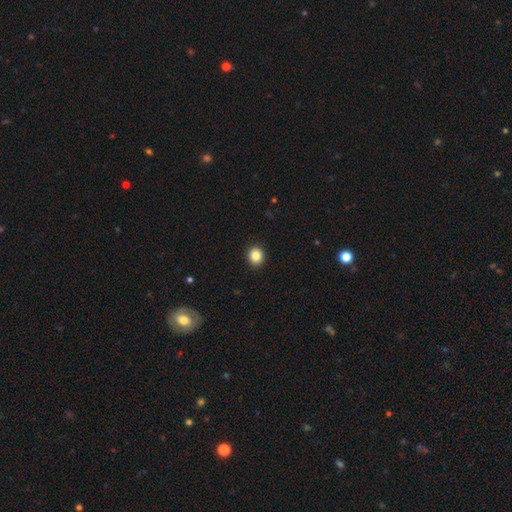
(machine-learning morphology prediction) Overall: smooth (86%). How rounded: round (80%). Merging: none (93%).